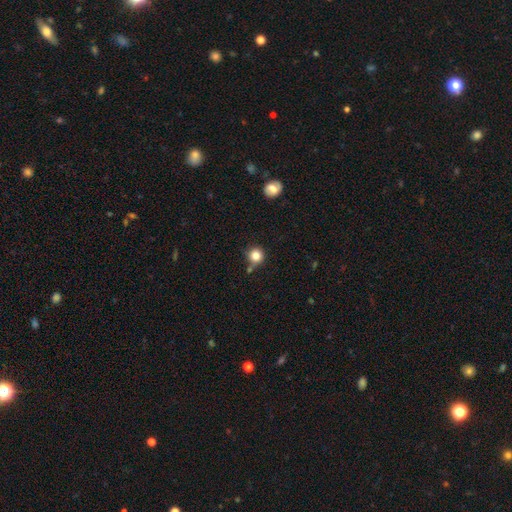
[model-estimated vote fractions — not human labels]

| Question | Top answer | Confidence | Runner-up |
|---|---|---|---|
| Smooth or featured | smooth | 83% | star or artifact (11%) |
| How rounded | round | 93% | in between (6%) |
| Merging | none | 69% | minor disturbance (16%) |